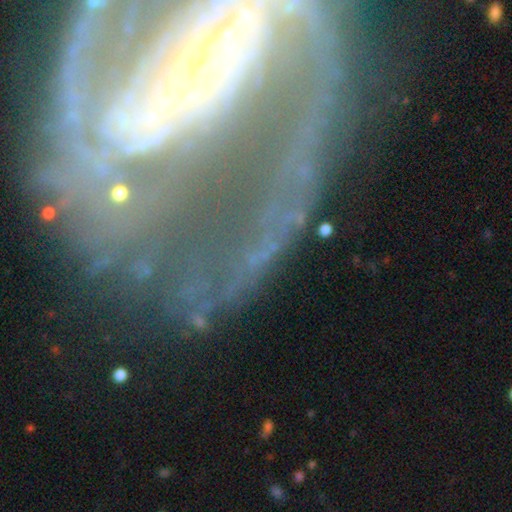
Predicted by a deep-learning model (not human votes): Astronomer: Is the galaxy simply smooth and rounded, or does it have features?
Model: featured or disk — 83%.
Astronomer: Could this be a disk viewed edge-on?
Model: no — 94%.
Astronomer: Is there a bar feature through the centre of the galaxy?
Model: strong — 41% (runner-up: no, 31%).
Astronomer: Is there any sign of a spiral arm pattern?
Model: yes — 90%.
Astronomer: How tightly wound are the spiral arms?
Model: tight — 45% (runner-up: medium, 35%).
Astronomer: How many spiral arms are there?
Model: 2 — 45%.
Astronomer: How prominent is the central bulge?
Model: small — 70%.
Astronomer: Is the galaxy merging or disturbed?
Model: none — 59%.